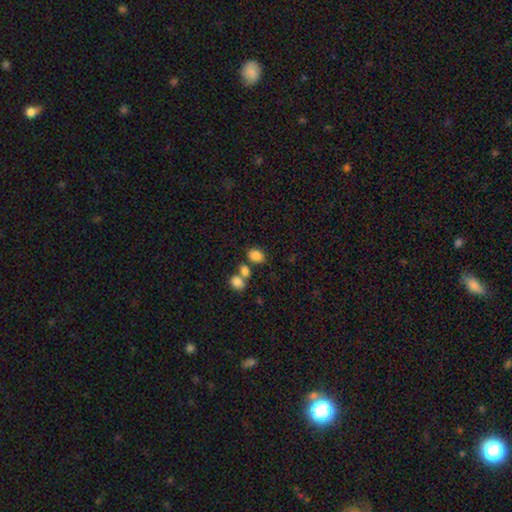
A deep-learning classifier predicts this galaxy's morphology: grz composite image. It shows a smooth galaxy with no disk features (84%) that is in between round and cigar-shaped (65%). Merging: none (57%).